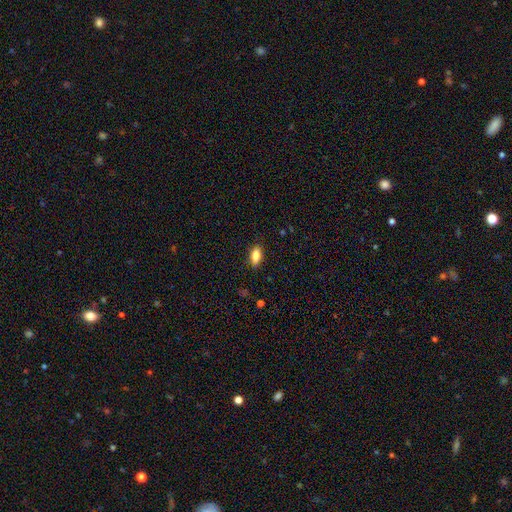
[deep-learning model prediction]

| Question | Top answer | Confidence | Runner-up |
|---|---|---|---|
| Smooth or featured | smooth | 81% | featured or disk (11%) |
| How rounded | in between | 86% | cigar-shaped (10%) |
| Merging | none | 86% | minor disturbance (10%) |